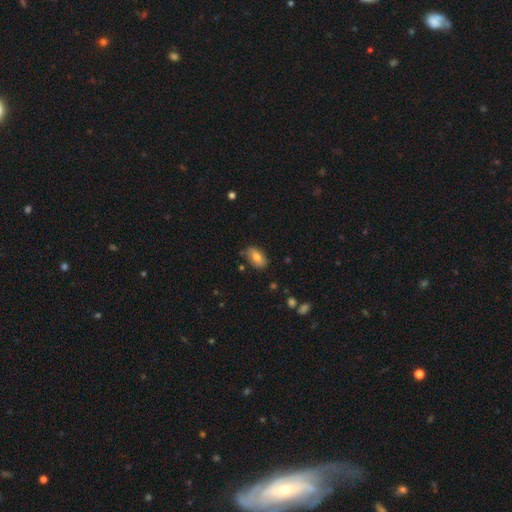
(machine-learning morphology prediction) smooth-or-featured: smooth: 76% | featured or disk: 17% | star or artifact: 8%
  how-rounded: in between: 90% | round: 6% | cigar-shaped: 4%
  merging: none: 74% | minor disturbance: 20% | major disturbance: 4% | merger: 3%